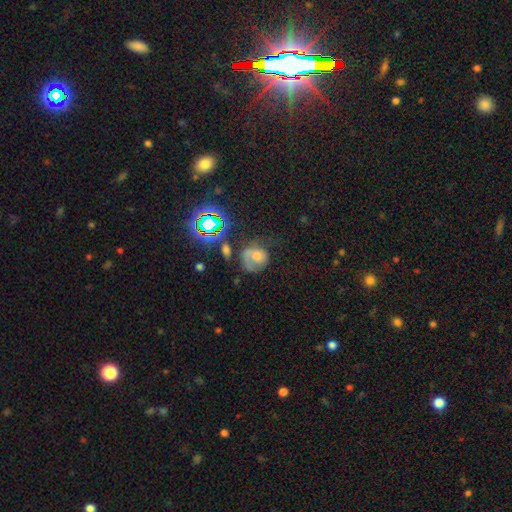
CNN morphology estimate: smooth-or-featured: smooth: 51% | featured or disk: 32% | star or artifact: 17%
  how-rounded: round: 68% | in between: 31% | cigar-shaped: 1%
  merging: none: 34% | major disturbance: 33% | minor disturbance: 26% | merger: 7%